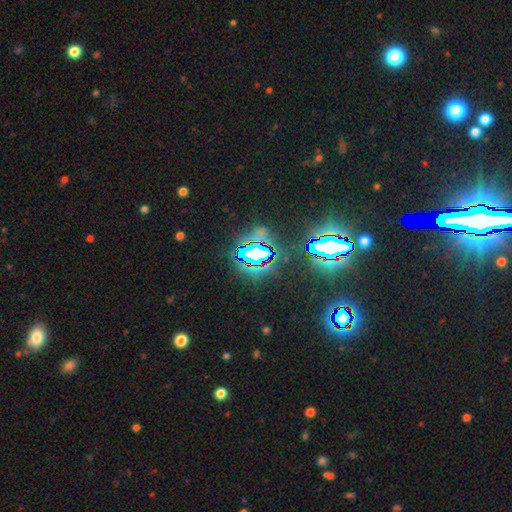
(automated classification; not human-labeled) smooth-or-featured: star or artifact: 80% | smooth: 11% | featured or disk: 9%